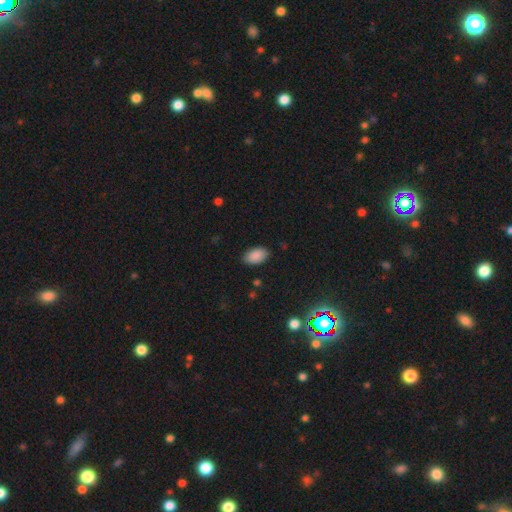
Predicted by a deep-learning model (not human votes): The model was most divided on "merging": none: 85%, minor disturbance: 11%, major disturbance: 3%, merger: 1%. More confident: how rounded — in between (93%); smooth or featured — smooth (88%).